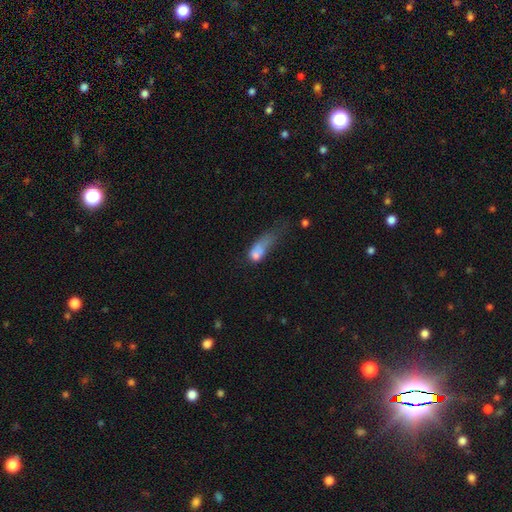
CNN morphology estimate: smooth 65%, featured or disk 23%, star or artifact 12%. Down the decision tree: how rounded — in between (65%); merging — major disturbance (54%).